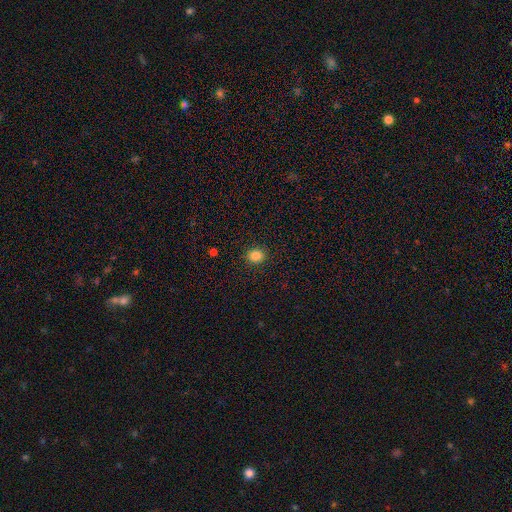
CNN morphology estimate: Smooth or featured? smooth (84%)
How rounded? round (83%)
Merging? none (91%)